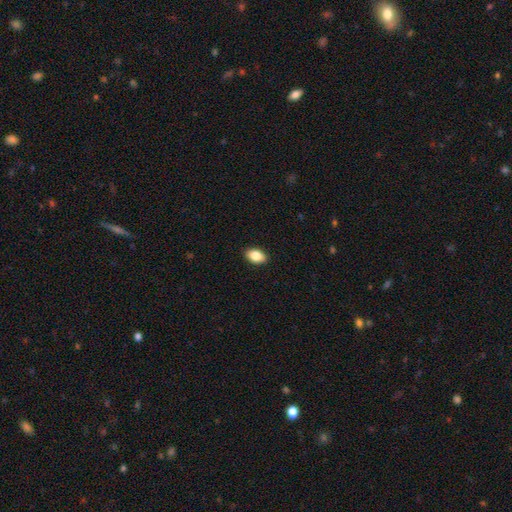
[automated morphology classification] smooth-or-featured: smooth: 85% | featured or disk: 8% | star or artifact: 7%
  how-rounded: in between: 89% | round: 9% | cigar-shaped: 2%
  merging: none: 90% | minor disturbance: 7% | major disturbance: 2% | merger: 1%